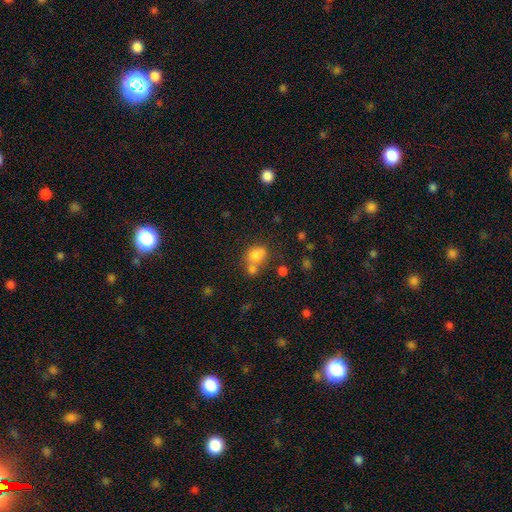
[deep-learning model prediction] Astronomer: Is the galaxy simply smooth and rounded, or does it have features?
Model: smooth — 76%.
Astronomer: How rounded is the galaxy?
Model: round — 56% (runner-up: in between, 43%).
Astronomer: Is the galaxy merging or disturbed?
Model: merger — 47% (runner-up: none, 35%).